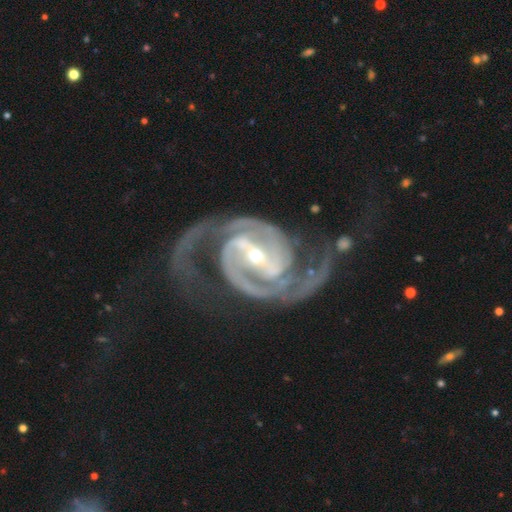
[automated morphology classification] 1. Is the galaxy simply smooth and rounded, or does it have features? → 94% featured or disk, 4% star or artifact, 2% smooth.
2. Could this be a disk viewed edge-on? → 98% no, 2% yes.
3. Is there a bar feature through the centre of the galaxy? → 60% strong, 29% weak, 11% no.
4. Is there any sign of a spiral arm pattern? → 99% yes, 1% no.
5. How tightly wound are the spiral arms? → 55% medium, 30% tight, 14% loose.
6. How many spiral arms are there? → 91% 2, 3% 3, 2% can't tell, 1% 1, 1% 4, 1% more than 4.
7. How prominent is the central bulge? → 63% small, 34% moderate, 2% large, 1% none, 1% dominant.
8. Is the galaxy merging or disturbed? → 61% none, 19% major disturbance, 16% minor disturbance, 4% merger.